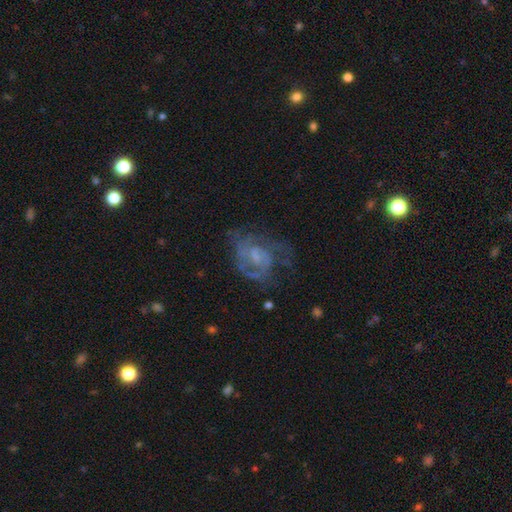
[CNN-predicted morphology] Q: Smooth or featured?
A: featured or disk (74%); runner-up: smooth (16%)
Q: Edge-on disk?
A: no (97%); runner-up: yes (3%)
Q: Bar?
A: no (56%); runner-up: weak (38%)
Q: Spiral arms?
A: yes (78%); runner-up: no (22%)
Q: Spiral winding?
A: medium (47%); runner-up: tight (32%)
Q: Spiral arm count?
A: 2 (36%); runner-up: can't tell (33%)
Q: Bulge size?
A: small (43%); runner-up: none (29%)
Q: Merging?
A: none (49%); runner-up: major disturbance (28%)